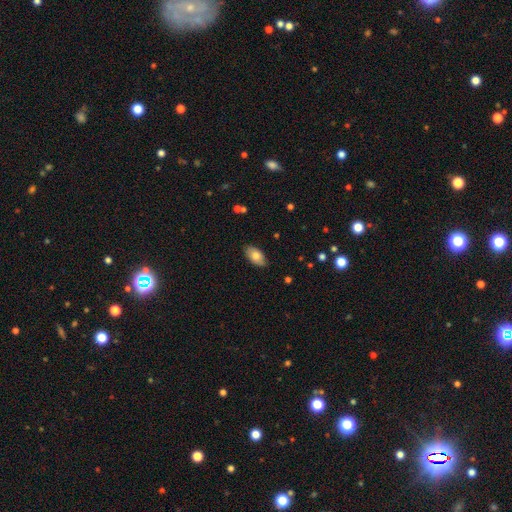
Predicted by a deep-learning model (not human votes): Smooth or featured: smooth — 77% (featured or disk — 16%)
How rounded: in between — 94% (round — 4%)
Merging: none — 85% (minor disturbance — 12%)